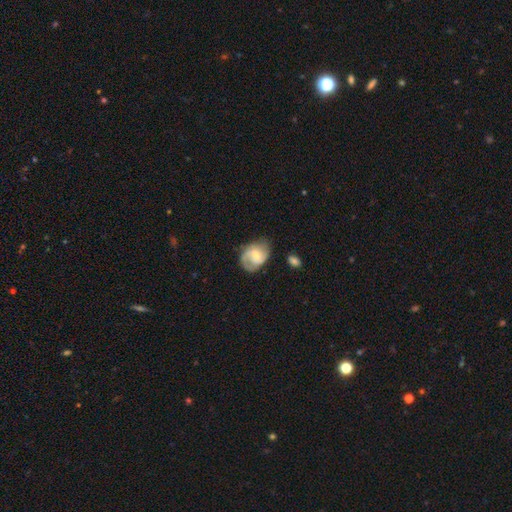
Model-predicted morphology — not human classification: A featured or disk galaxy (63%) with a weak bar (51%), 2 (64%) medium (46%) spiral arms (88%) and a small central bulge (45%). Merging: none (61%).